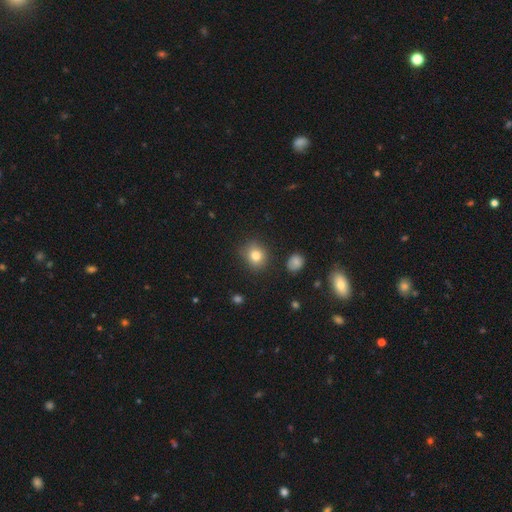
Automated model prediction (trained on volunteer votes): smooth_or_featured: smooth (p=0.80) [alt: star or artifact p=0.12]
how_rounded: round (p=0.75) [alt: in between p=0.24]
merging: none (p=0.84) [alt: minor disturbance p=0.11]